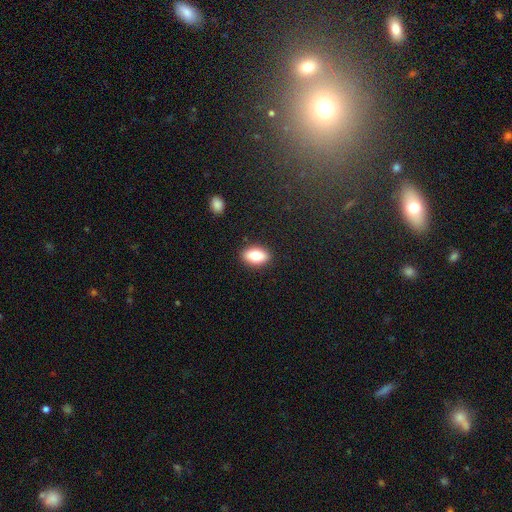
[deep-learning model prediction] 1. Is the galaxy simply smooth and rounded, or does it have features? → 79% smooth, 13% featured or disk, 8% star or artifact.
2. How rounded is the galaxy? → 89% in between, 8% round, 3% cigar-shaped.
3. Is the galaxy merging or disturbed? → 89% none, 8% minor disturbance, 2% major disturbance, 1% merger.